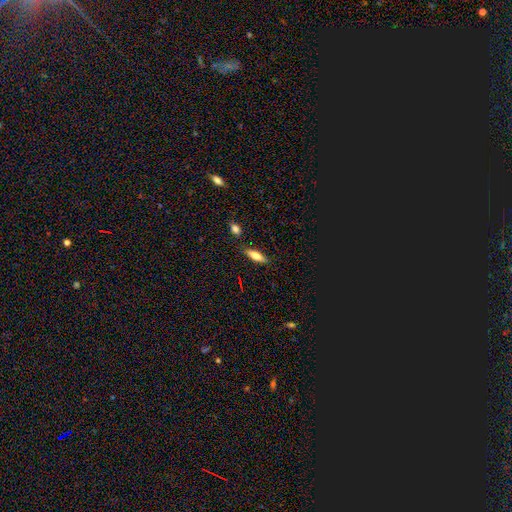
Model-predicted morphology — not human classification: smooth-or-featured: smooth: 67% | featured or disk: 26% | star or artifact: 7%
  how-rounded: in between: 50% | cigar-shaped: 47% | round: 2%
  merging: none: 83% | minor disturbance: 10% | merger: 4% | major disturbance: 2%